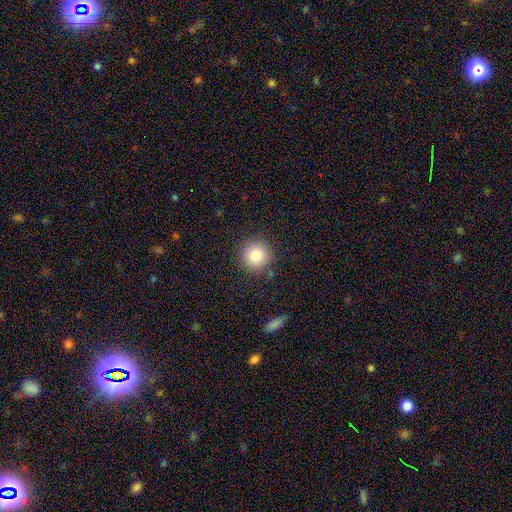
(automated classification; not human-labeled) Smooth or featured: smooth — 82% (star or artifact — 11%)
How rounded: round — 95% (in between — 4%)
Merging: none — 88% (minor disturbance — 8%)